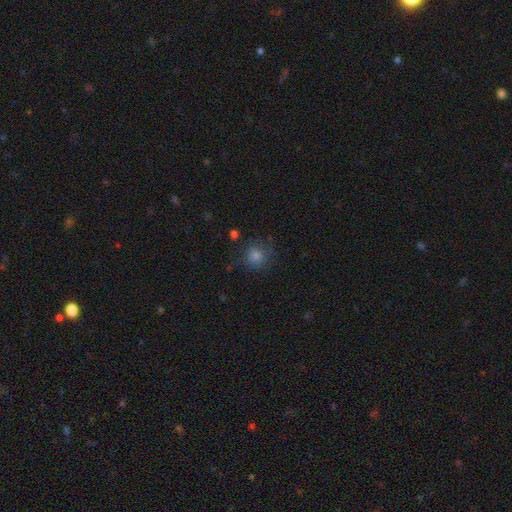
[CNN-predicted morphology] Smooth or featured? smooth (74%)
How rounded? round (89%)
Merging? none (78%)